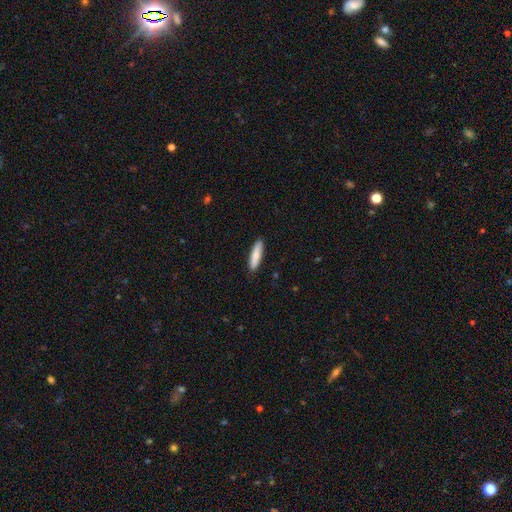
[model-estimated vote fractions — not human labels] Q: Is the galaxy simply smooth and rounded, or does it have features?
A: smooth — 83%.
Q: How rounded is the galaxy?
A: cigar-shaped — 75%.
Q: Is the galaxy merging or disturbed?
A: none — 90%.